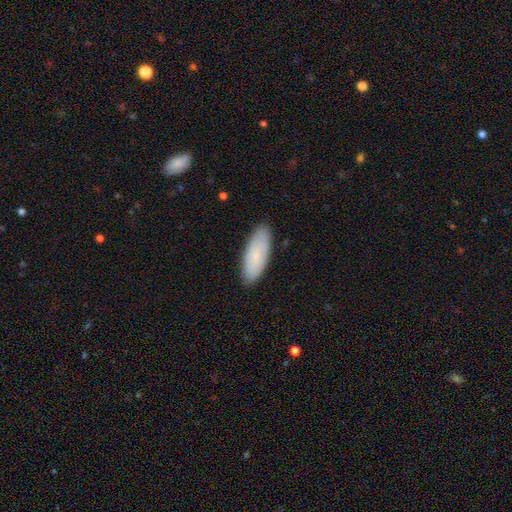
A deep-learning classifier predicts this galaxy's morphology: smooth_or_featured: smooth (p=0.78) [alt: featured or disk p=0.16]
how_rounded: in between (p=0.71) [alt: cigar-shaped p=0.27]
merging: none (p=0.86) [alt: minor disturbance p=0.11]